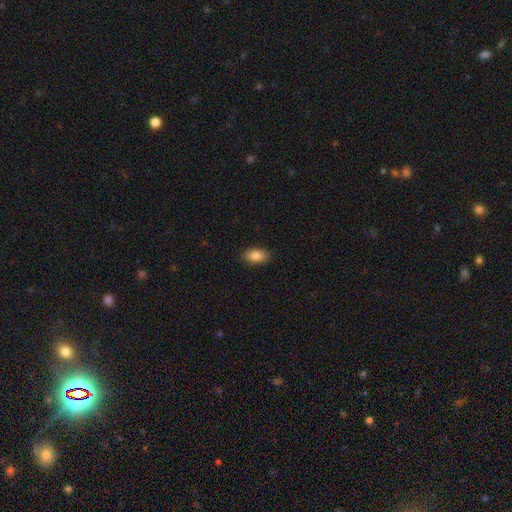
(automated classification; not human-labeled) A smooth galaxy with no disk features (86%) that is in between round and cigar-shaped (92%).

Vote fractions:
- Smooth or featured? smooth: 86% / star or artifact: 8% / featured or disk: 7%
- How rounded? in between: 92% / round: 6% / cigar-shaped: 3%
- Merging? none: 89% / minor disturbance: 9% / major disturbance: 2% / merger: 1%